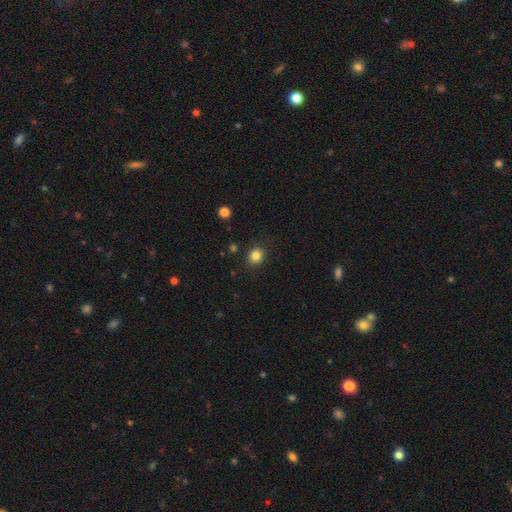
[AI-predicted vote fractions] smooth 83%, star or artifact 12%, featured or disk 5%. Down the decision tree: how rounded — round (72%); merging — none (87%).